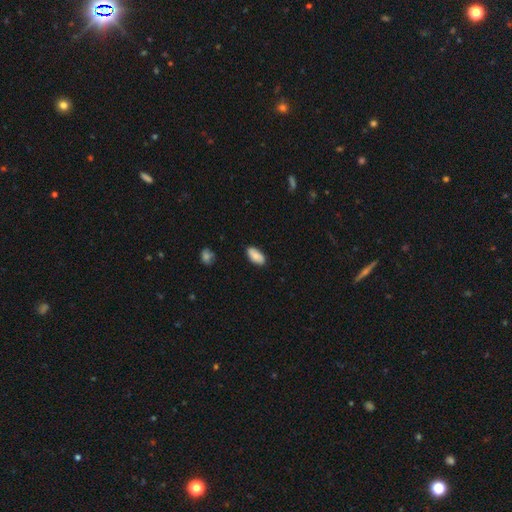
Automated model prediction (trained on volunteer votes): A smooth galaxy with no disk features (82%) that is in between round and cigar-shaped (93%). Merging: none (84%).